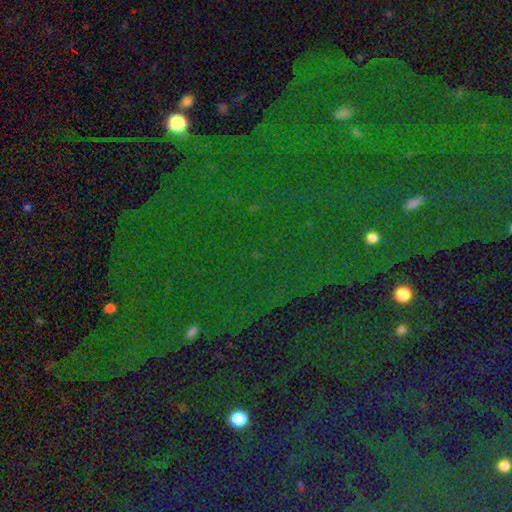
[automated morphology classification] This is clearly a star or artifact rather than a galaxy (83%).